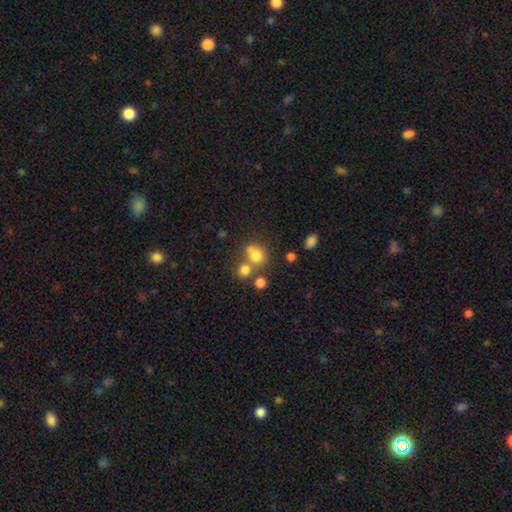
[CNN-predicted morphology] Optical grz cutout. It shows a smooth galaxy with no disk features (71%) that is round (76%). Merging: none (45%).